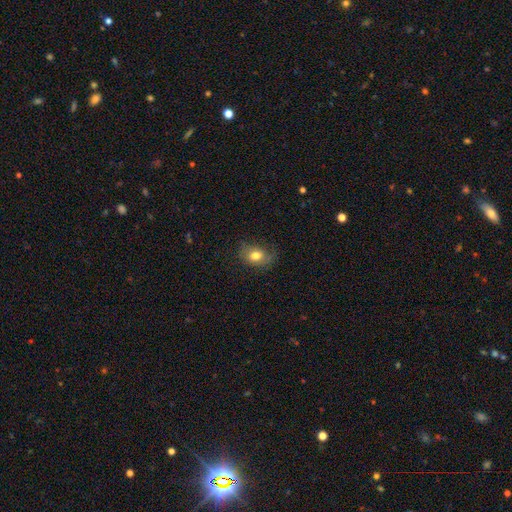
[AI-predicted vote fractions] smooth 72%, featured or disk 19%, star or artifact 10%. Down the decision tree: how rounded — in between (65%); merging — none (63%).